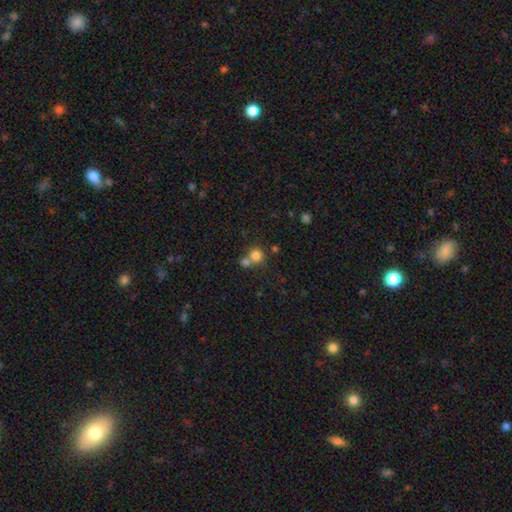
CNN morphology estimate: Smooth or featured: smooth — 79% (star or artifact — 13%)
How rounded: round — 87% (in between — 12%)
Merging: none — 48% (merger — 41%)